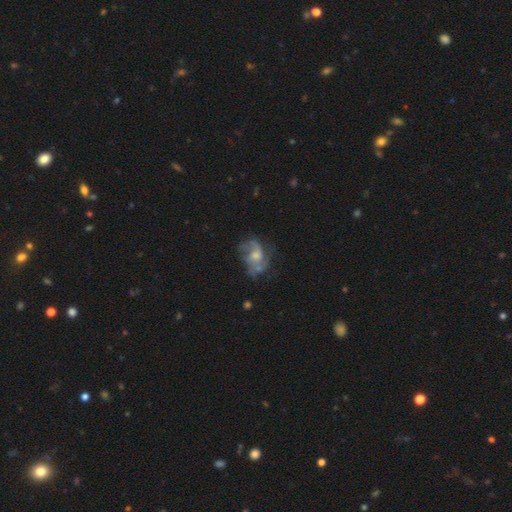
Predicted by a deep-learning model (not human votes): Smooth or featured: featured or disk — 68% (smooth — 20%)
Edge-on disk: no — 97% (yes — 3%)
Bar: no — 63% (weak — 31%)
Spiral arms: yes — 75% (no — 25%)
Bulge size: moderate — 53% (small — 32%)
Merging: none — 52% (minor disturbance — 22%)